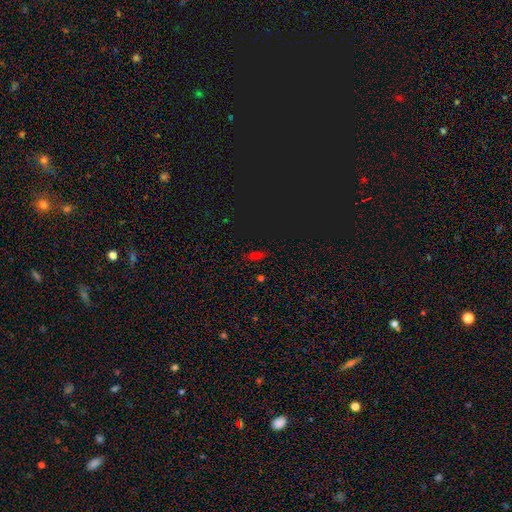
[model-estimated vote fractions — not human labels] This appears to be a smooth galaxy with no disk features (56%) that is in between round and cigar-shaped (76%). Merging: none (81%).